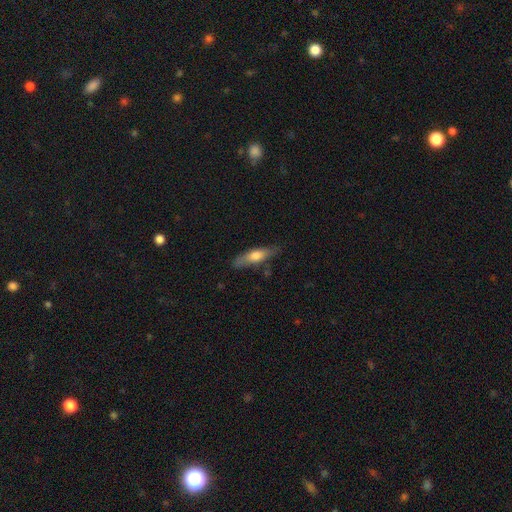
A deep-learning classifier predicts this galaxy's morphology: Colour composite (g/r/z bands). It shows a smooth galaxy with no disk features (58%) that is cigar-shaped (66%). Merging: none (75%).